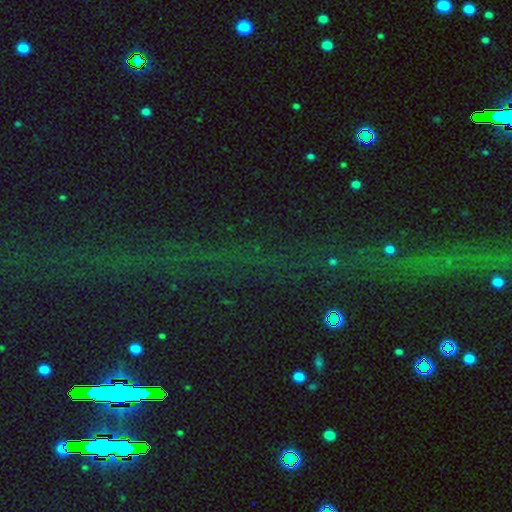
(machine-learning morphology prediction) smooth-or-featured: star or artifact: 71% | featured or disk: 16% | smooth: 13%